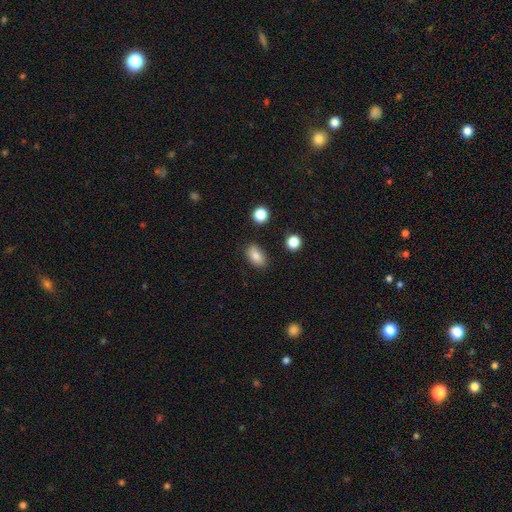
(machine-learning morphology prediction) Smooth or featured? Predicted: smooth (p=0.83). How rounded? Predicted: in between (p=0.88). Merging? Predicted: none (p=0.83).